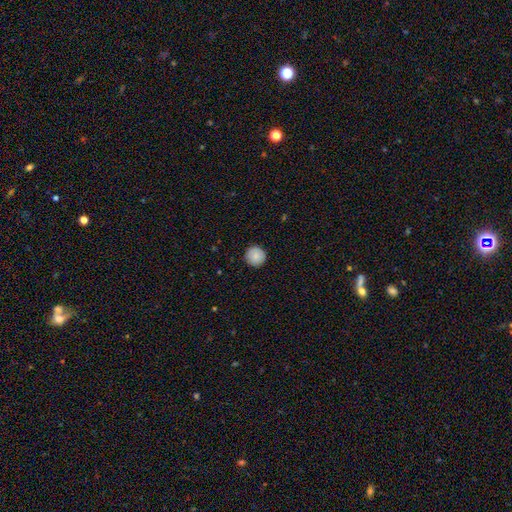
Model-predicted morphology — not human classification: Overall: smooth (87%). How rounded: round (96%). Merging: none (91%).